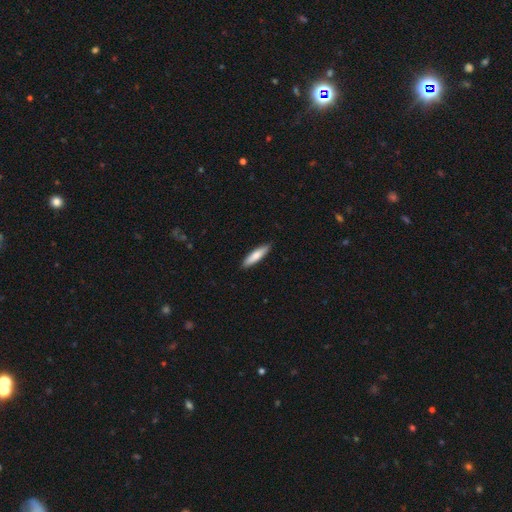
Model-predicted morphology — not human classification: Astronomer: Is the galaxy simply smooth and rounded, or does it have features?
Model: smooth — 76%.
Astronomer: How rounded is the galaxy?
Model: cigar-shaped — 76%.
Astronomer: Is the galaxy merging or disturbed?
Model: none — 90%.